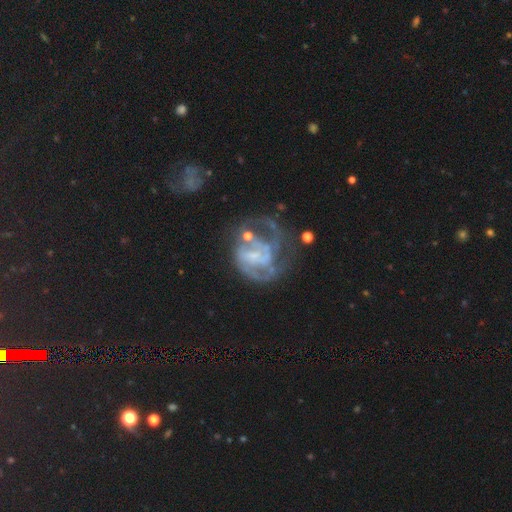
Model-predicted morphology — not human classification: Q: Smooth or featured?
A: featured or disk (80%); runner-up: smooth (12%)
Q: Edge-on disk?
A: no (98%); runner-up: yes (2%)
Q: Bar?
A: no (51%); runner-up: weak (37%)
Q: Spiral arms?
A: yes (76%); runner-up: no (24%)
Q: Spiral winding?
A: medium (42%); runner-up: tight (34%)
Q: Spiral arm count?
A: 2 (36%); runner-up: can't tell (30%)
Q: Bulge size?
A: none (40%); runner-up: small (37%)
Q: Merging?
A: major disturbance (41%); runner-up: none (31%)